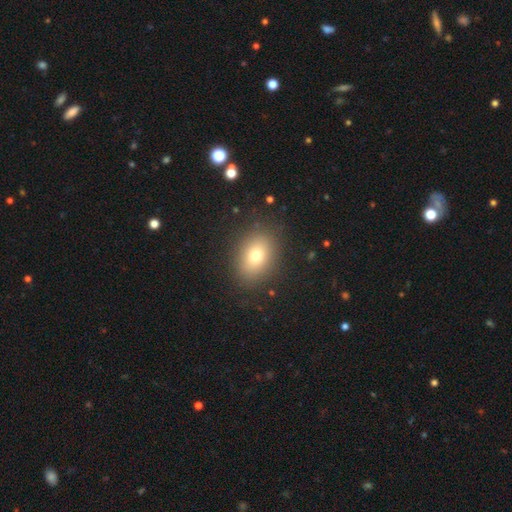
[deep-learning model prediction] smooth_or_featured: smooth (p=0.75) [alt: star or artifact p=0.13]
how_rounded: in between (p=0.72) [alt: round p=0.26]
merging: none (p=0.87) [alt: minor disturbance p=0.09]